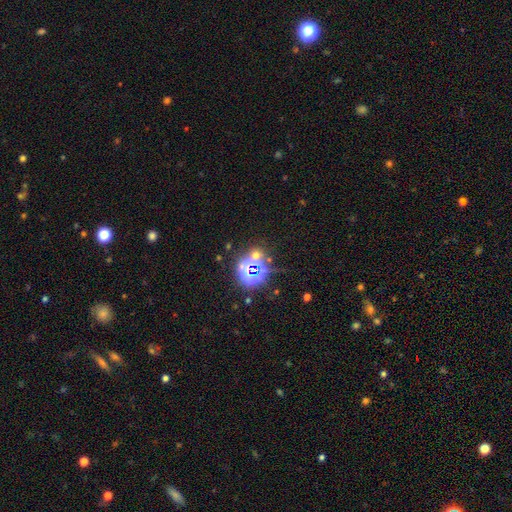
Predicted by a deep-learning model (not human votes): smooth_or_featured: star or artifact (p=0.68) [alt: smooth p=0.23]